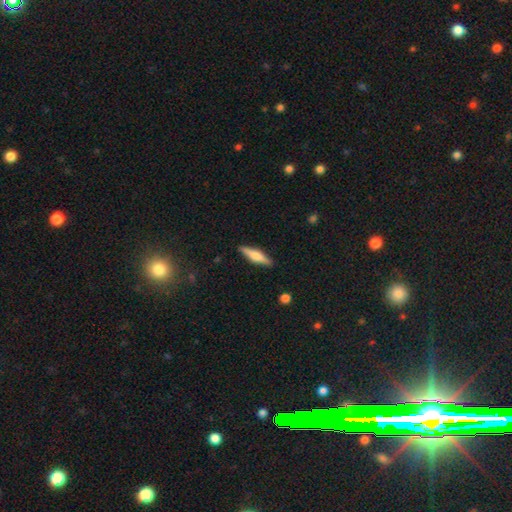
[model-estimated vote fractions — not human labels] Q: Smooth or featured?
A: smooth (49%); runner-up: featured or disk (45%)
Q: Merging?
A: none (89%); runner-up: minor disturbance (8%)